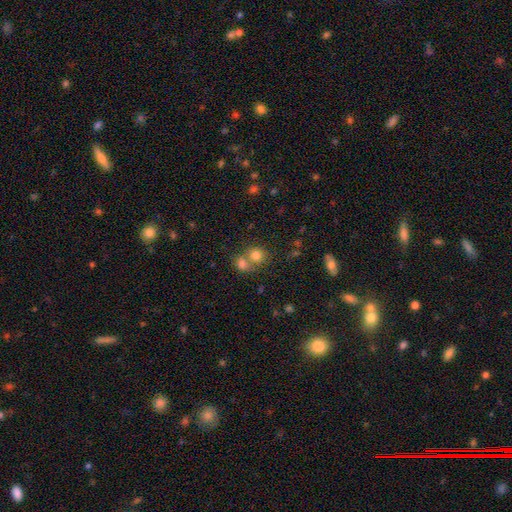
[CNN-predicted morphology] smooth-or-featured: smooth: 78% | star or artifact: 12% | featured or disk: 10%
  how-rounded: round: 79% | in between: 20% | cigar-shaped: 1%
  merging: merger: 49% | none: 41% | minor disturbance: 6% | major disturbance: 3%